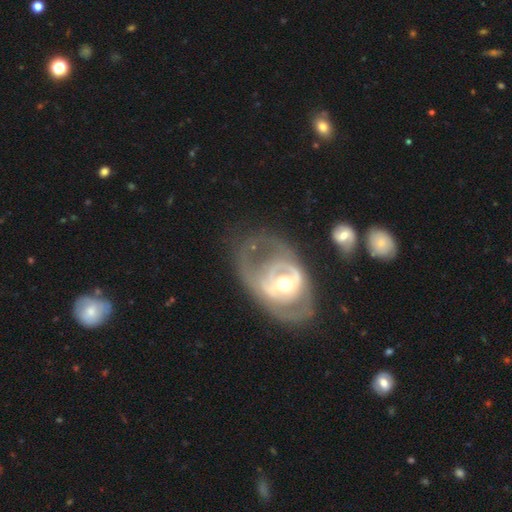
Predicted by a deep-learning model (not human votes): smooth_or_featured: featured or disk (p=0.77) [alt: smooth p=0.14]
disk_edge_on: no (p=0.95) [alt: yes p=0.05]
bar: no (p=0.41) [alt: weak p=0.36]
has_spiral_arms: yes (p=0.67) [alt: no p=0.33]
bulge_size: moderate (p=0.57) [alt: small p=0.34]
merging: none (p=0.49) [alt: major disturbance p=0.23]